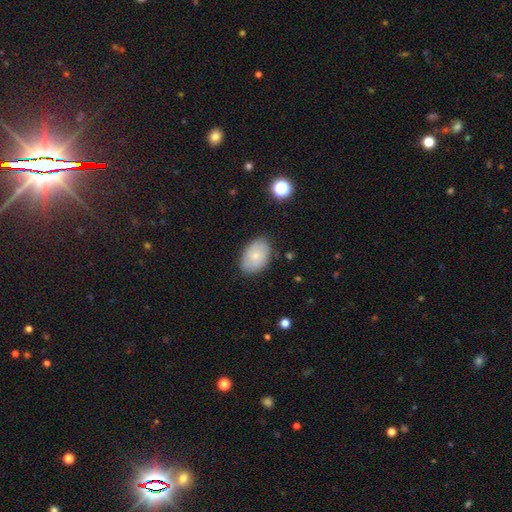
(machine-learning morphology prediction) Smooth or featured? Predicted: smooth (p=0.72). How rounded? Predicted: in between (p=0.87). Merging? Predicted: none (p=0.81).